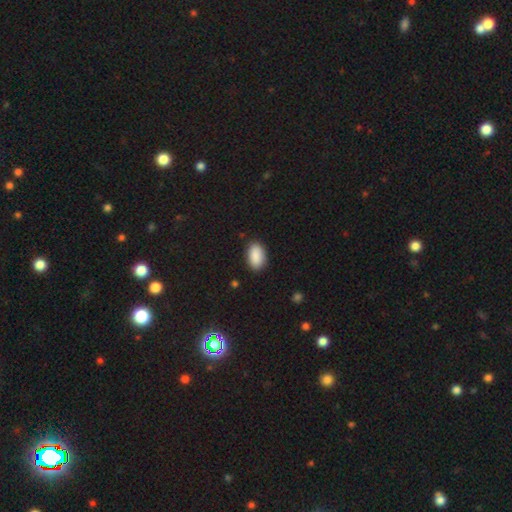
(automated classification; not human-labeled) Smooth or featured: smooth — 90% (star or artifact — 7%)
How rounded: in between — 94% (round — 4%)
Merging: none — 87% (minor disturbance — 9%)